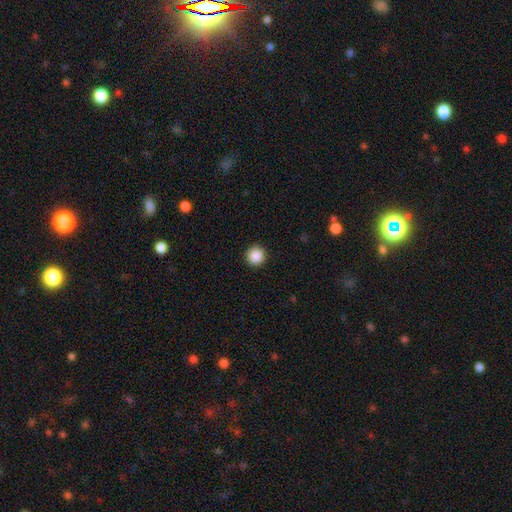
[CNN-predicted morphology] smooth-or-featured: smooth: 88% | star or artifact: 9% | featured or disk: 3%
  how-rounded: round: 96% | in between: 3% | cigar-shaped: 1%
  merging: none: 93% | minor disturbance: 5% | major disturbance: 2% | merger: 1%